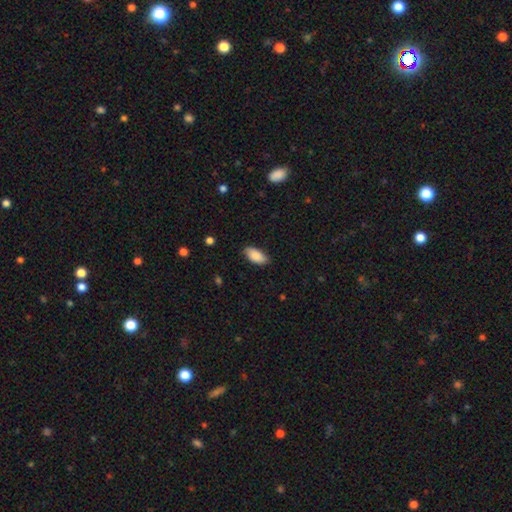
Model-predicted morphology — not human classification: smooth 88%, star or artifact 6%, featured or disk 5%. Down the decision tree: how rounded — in between (93%); merging — none (83%).